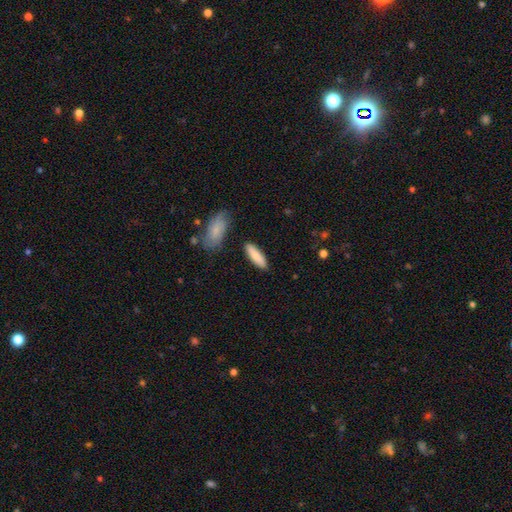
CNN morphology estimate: smooth-or-featured: smooth: 79% | featured or disk: 15% | star or artifact: 6%
  how-rounded: cigar-shaped: 53% | in between: 45% | round: 2%
  merging: none: 85% | minor disturbance: 10% | merger: 3% | major disturbance: 2%